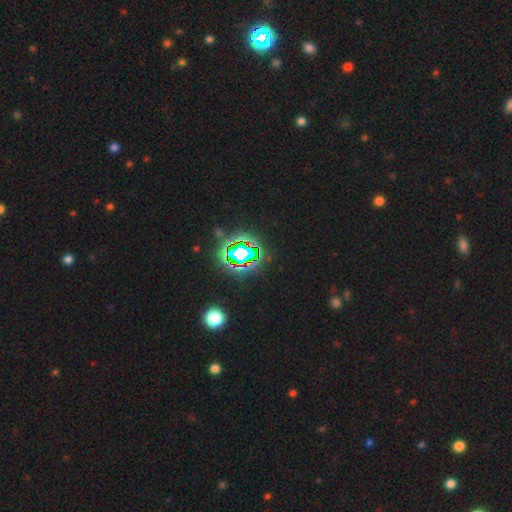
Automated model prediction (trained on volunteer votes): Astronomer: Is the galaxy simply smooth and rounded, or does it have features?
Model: star or artifact — 79%.